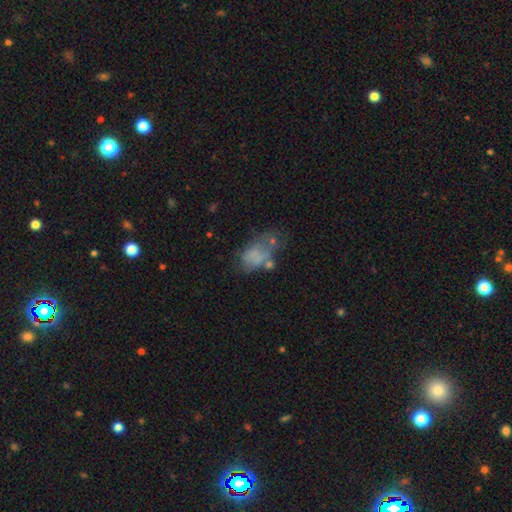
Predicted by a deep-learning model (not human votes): smooth-or-featured: smooth: 58% | featured or disk: 29% | star or artifact: 13%
  how-rounded: in between: 85% | round: 13% | cigar-shaped: 2%
  merging: major disturbance: 33% | none: 25% | minor disturbance: 24% | merger: 18%